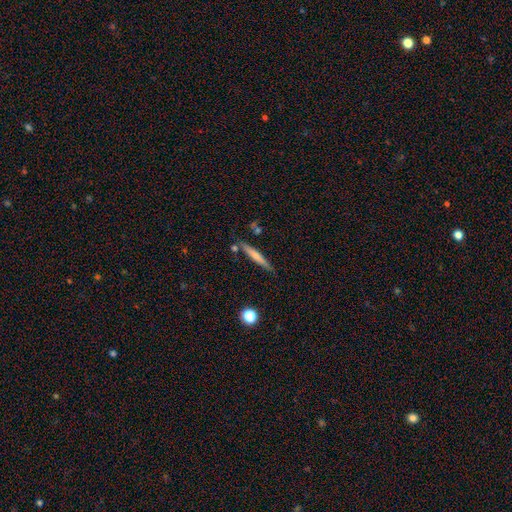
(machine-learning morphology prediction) type=smooth (57%); roundness=cigar-shaped (94%); merging=none (81%).